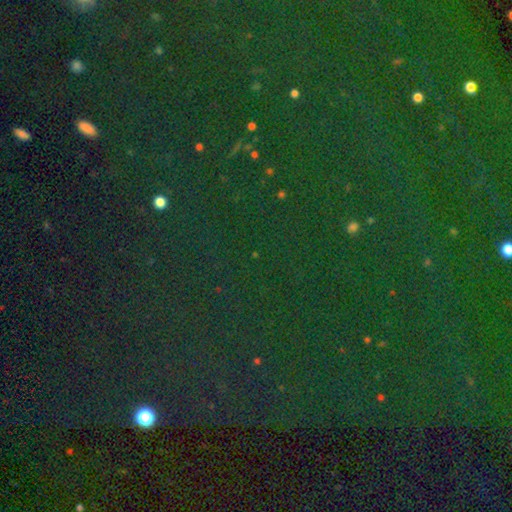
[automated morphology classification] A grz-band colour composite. It shows a star or artifact, not a galaxy (82%).